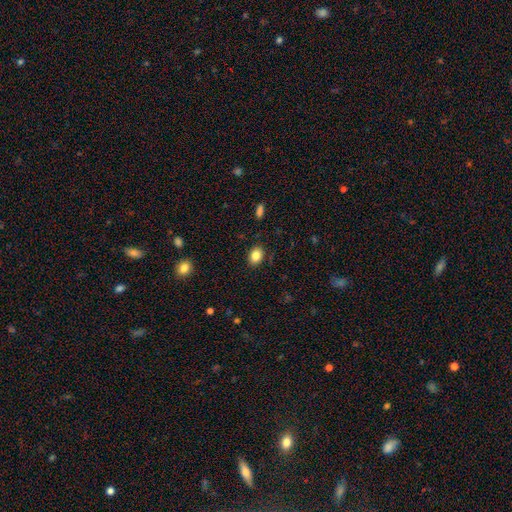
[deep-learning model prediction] This appears to be a smooth galaxy with no disk features (84%) that is in between round and cigar-shaped (71%). Merging: none (87%).